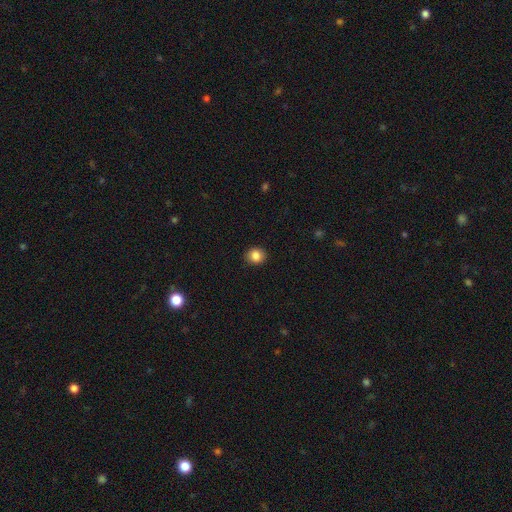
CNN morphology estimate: A smooth galaxy with no disk features (85%) that is round (79%).

Vote fractions:
- Smooth or featured? smooth: 85% / star or artifact: 10% / featured or disk: 5%
- How rounded? round: 79% / in between: 20% / cigar-shaped: 1%
- Merging? none: 91% / minor disturbance: 6% / major disturbance: 2% / merger: 1%